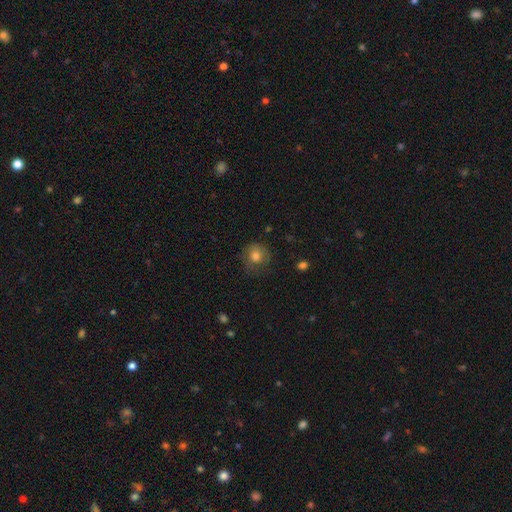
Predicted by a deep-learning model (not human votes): Smooth or featured?
  - smooth: 70% *
  - featured or disk: 20%
  - star or artifact: 10%
How rounded?
  - round: 83% *
  - in between: 16%
  - cigar-shaped: 1%
Merging?
  - none: 65% *
  - minor disturbance: 21%
  - major disturbance: 12%
  - merger: 1%